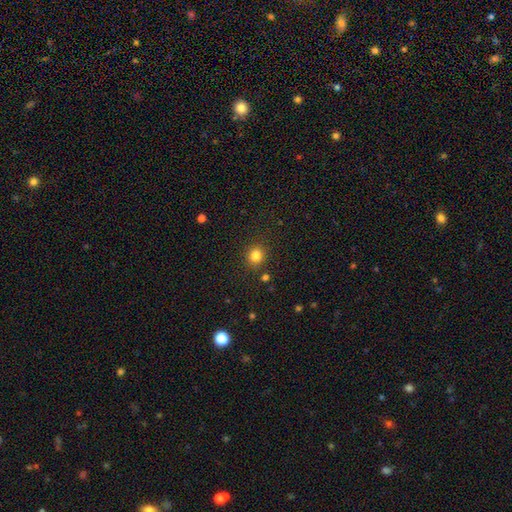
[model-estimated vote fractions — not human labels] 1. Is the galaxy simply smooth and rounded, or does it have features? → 83% smooth, 13% star or artifact, 5% featured or disk.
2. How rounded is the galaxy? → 85% round, 14% in between, 1% cigar-shaped.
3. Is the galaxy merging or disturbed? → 88% none, 7% minor disturbance, 3% major disturbance, 2% merger.